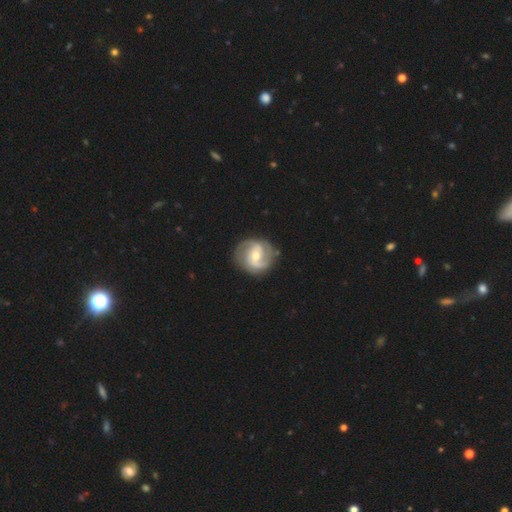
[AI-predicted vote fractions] This is clearly a featured or disk galaxy (86%). It is clearly not viewed edge-on (98%). Bar: possibly weak (46%). Spiral arm pattern: clearly yes (96%). Spiral arm count: clearly 2 (83%). Spiral winding: possibly medium (49%). Central bulge: likely moderate (62%). Merging: clearly none (83%).